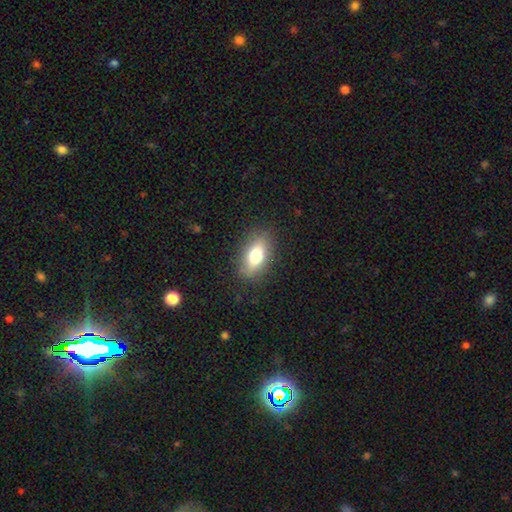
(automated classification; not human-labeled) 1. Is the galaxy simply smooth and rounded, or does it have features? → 72% smooth, 19% featured or disk, 9% star or artifact.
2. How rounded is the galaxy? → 83% in between, 9% cigar-shaped, 8% round.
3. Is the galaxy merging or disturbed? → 83% none, 12% minor disturbance, 4% major disturbance, 1% merger.